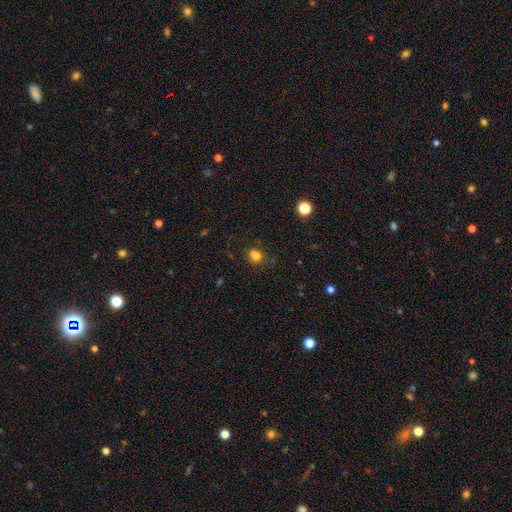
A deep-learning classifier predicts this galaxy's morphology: type=smooth (78%); roundness=round (71%); merging=none (66%).